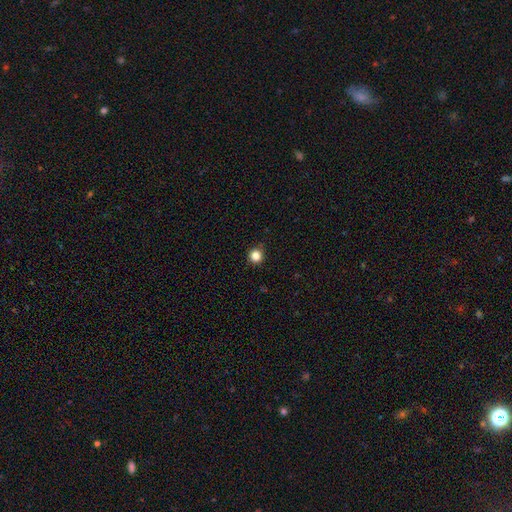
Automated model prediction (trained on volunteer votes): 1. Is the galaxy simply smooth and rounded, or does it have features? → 84% smooth, 13% star or artifact, 3% featured or disk.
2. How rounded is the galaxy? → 96% round, 3% in between, 1% cigar-shaped.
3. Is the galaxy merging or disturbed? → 92% none, 5% minor disturbance, 2% major disturbance, 1% merger.